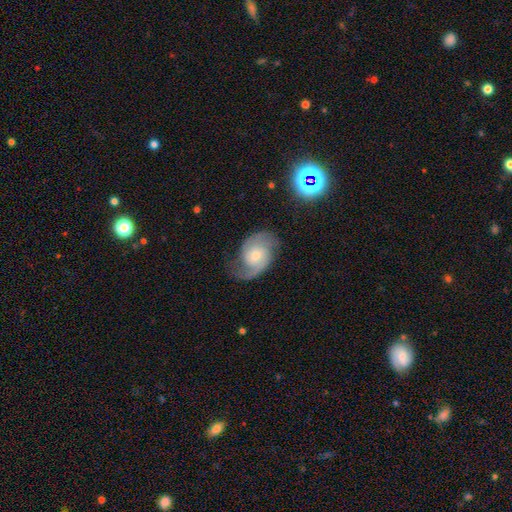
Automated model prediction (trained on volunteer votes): Smooth or featured?
  - featured or disk: 81% *
  - smooth: 13%
  - star or artifact: 6%
Edge-on disk?
  - no: 97% *
  - yes: 3%
Bar?
  - no: 64% *
  - weak: 31%
  - strong: 4%
Spiral arms?
  - yes: 95% *
  - no: 5%
Spiral winding?
  - medium: 48% *
  - tight: 27%
  - loose: 25%
Spiral arm count?
  - 2: 79% *
  - can't tell: 7%
  - 1: 7%
  - 3: 4%
  - 4: 1%
  - more than 4: 1%
Bulge size?
  - moderate: 56% *
  - small: 33%
  - large: 7%
  - none: 3%
  - dominant: 1%
Merging?
  - none: 65% *
  - minor disturbance: 22%
  - major disturbance: 12%
  - merger: 2%